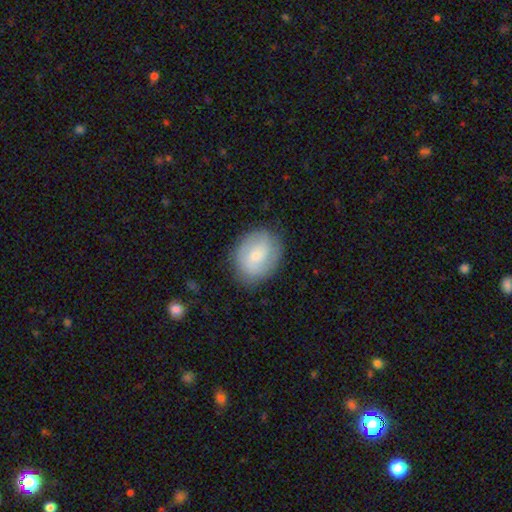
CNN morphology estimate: Smooth or featured?
  - smooth: 59% *
  - featured or disk: 34%
  - star or artifact: 7%
How rounded?
  - in between: 54% *
  - round: 45%
  - cigar-shaped: 1%
Merging?
  - none: 81% *
  - minor disturbance: 14%
  - major disturbance: 4%
  - merger: 1%